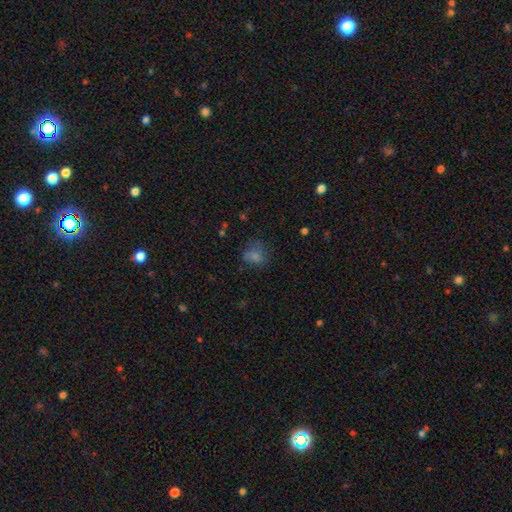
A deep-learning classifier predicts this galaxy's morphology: Q: Smooth or featured?
A: smooth (62%); runner-up: star or artifact (24%)
Q: How rounded?
A: round (64%); runner-up: in between (35%)
Q: Merging?
A: none (62%); runner-up: minor disturbance (21%)